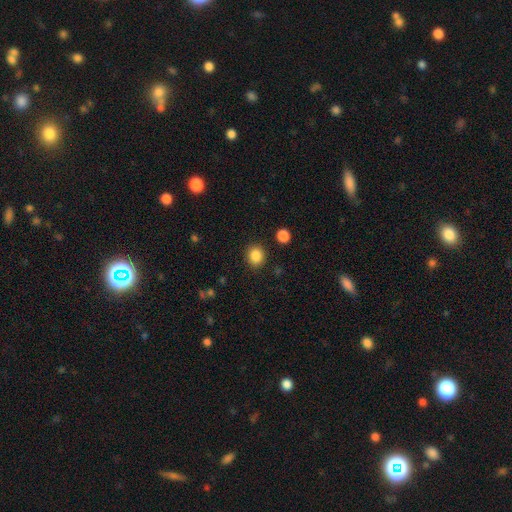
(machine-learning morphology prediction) Smooth or featured? smooth (86%)
How rounded? round (78%)
Merging? none (89%)